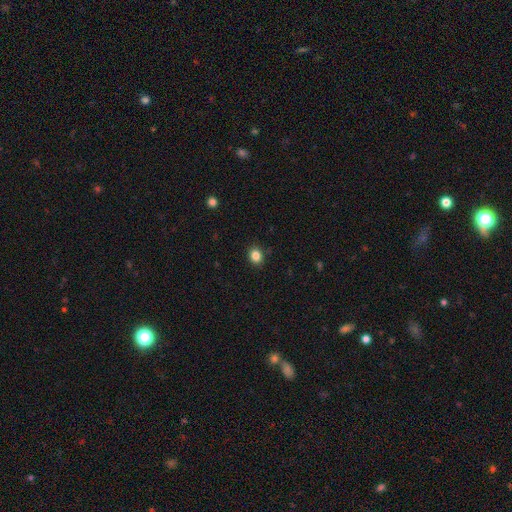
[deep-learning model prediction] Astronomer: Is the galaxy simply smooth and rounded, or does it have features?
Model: smooth — 84%.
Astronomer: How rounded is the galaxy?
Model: round — 65%.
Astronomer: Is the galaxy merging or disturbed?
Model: none — 90%.